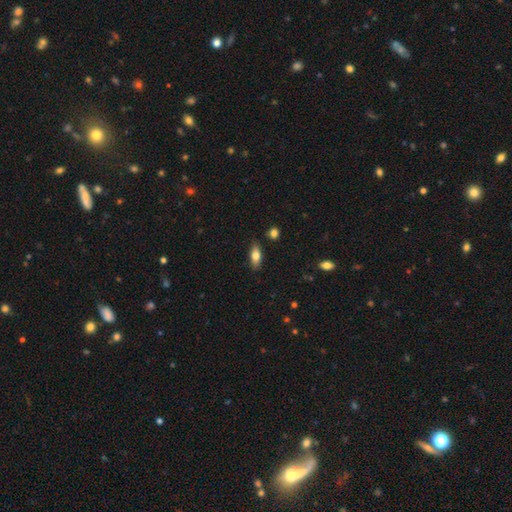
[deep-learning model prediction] The model was most divided on "smooth or featured": smooth: 71%, featured or disk: 22%, star or artifact: 7%. More confident: merging — none (84%); how rounded — in between (76%).